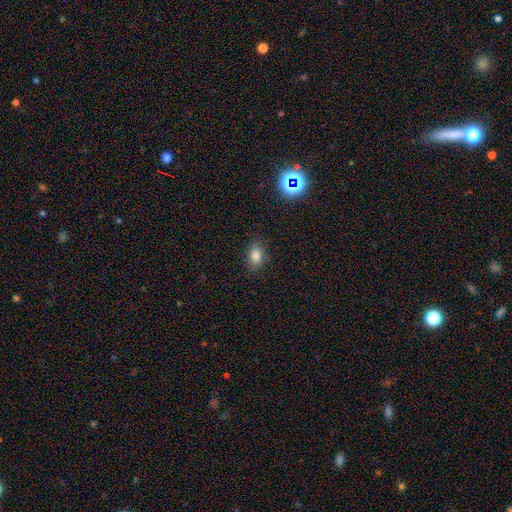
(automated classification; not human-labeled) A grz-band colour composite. It shows a smooth galaxy with no disk features (80%) that is in between round and cigar-shaped (80%). Merging: none (84%).